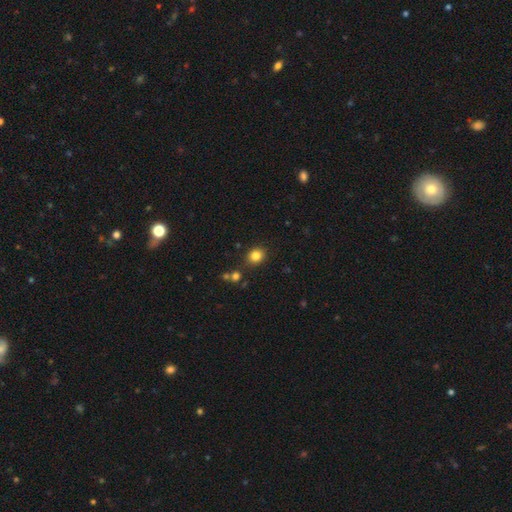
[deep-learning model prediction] smooth_or_featured: smooth (p=0.83) [alt: star or artifact p=0.12]
how_rounded: round (p=0.72) [alt: in between p=0.27]
merging: none (p=0.84) [alt: minor disturbance p=0.09]